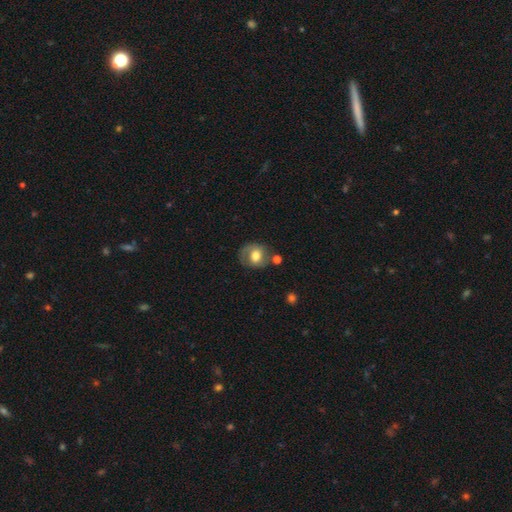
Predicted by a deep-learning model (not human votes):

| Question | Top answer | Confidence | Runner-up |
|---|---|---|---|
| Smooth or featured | smooth | 57% | featured or disk (35%) |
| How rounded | round | 59% | in between (40%) |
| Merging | none | 60% | minor disturbance (22%) |